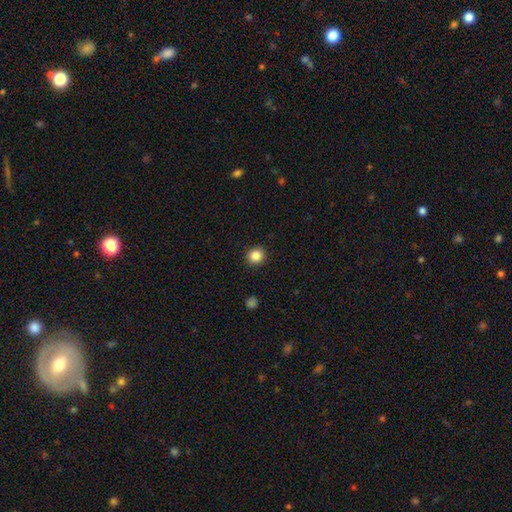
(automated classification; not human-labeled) A smooth galaxy with no disk features (86%) that is round (88%). Merging: none (91%).